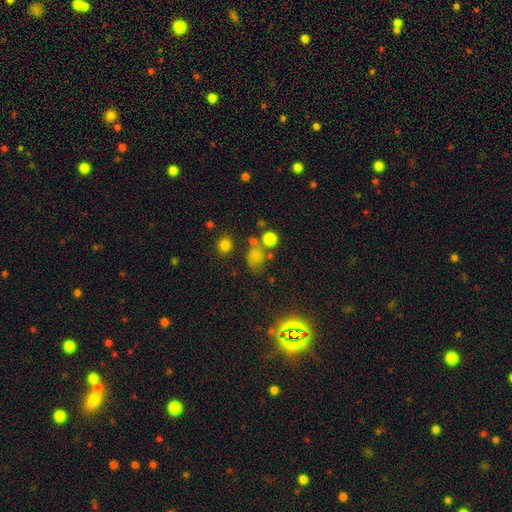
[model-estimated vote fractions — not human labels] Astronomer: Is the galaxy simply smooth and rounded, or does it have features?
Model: smooth — 68%.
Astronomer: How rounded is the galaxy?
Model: round — 59% (runner-up: in between, 40%).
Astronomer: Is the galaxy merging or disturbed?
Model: none — 57%.